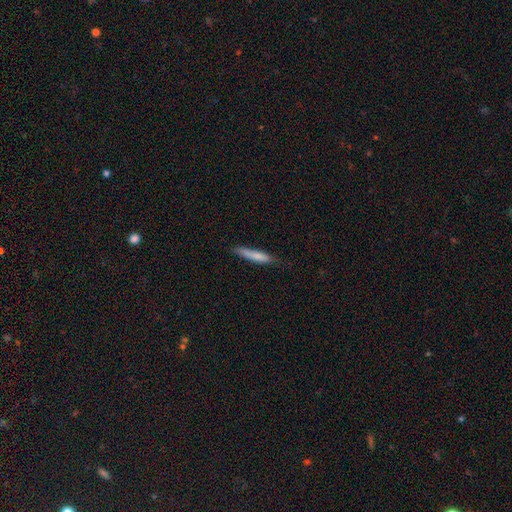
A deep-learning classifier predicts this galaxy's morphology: This is likely a smooth galaxy (78%). How rounded: clearly cigar-shaped (87%). Merging: likely none (74%).